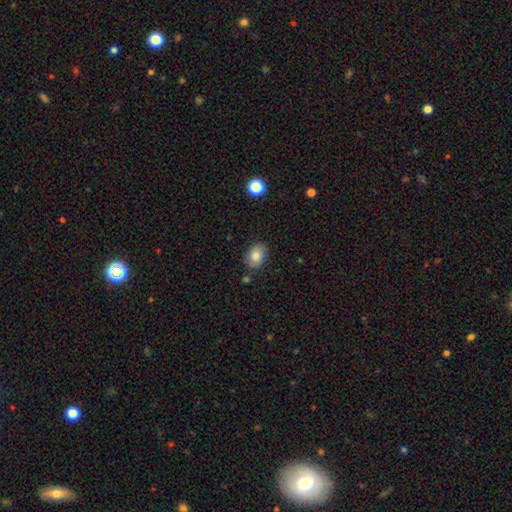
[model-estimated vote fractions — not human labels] Morphology: type=smooth (84%); roundness=in between (77%); merging=none (83%).